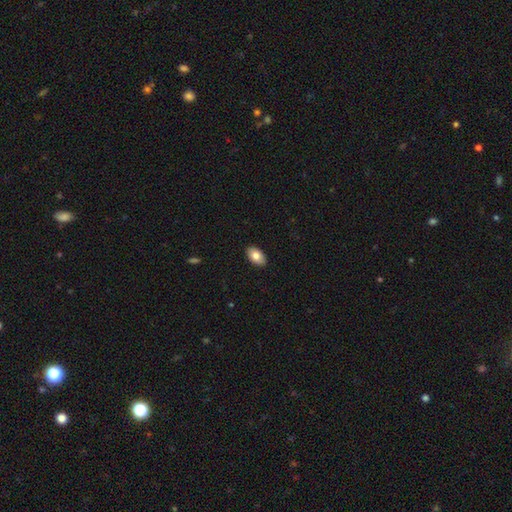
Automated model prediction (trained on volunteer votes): Morphology: type=smooth (80%); roundness=in between (94%); merging=none (90%).